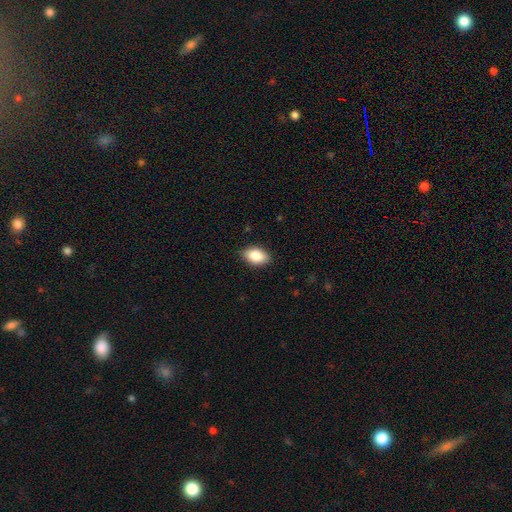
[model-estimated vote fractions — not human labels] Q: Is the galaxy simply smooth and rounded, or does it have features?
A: smooth — 84%.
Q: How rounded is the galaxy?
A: in between — 89%.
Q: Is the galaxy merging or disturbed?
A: none — 86%.